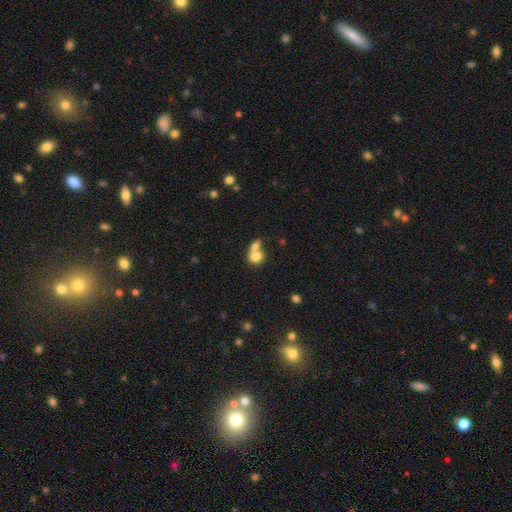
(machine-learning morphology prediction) Overall: smooth (77%). How rounded: round (64%; in between 35%). Merging: merger (63%; none 26%).